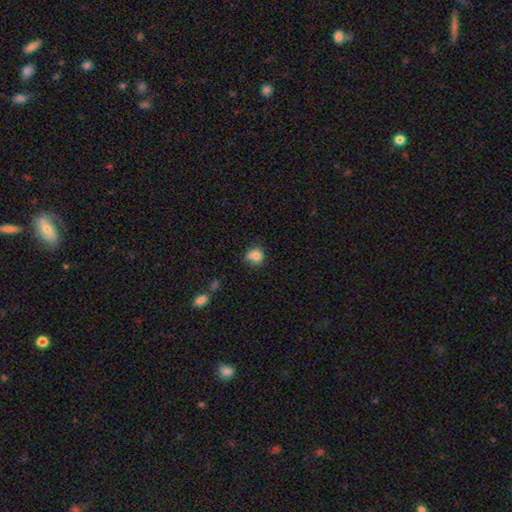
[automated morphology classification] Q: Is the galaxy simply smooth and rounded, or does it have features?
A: smooth — 81%.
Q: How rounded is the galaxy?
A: round — 78%.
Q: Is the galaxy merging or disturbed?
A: none — 52%.